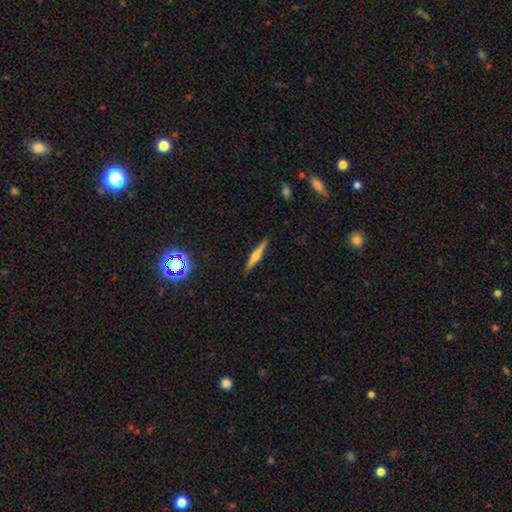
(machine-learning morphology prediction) Overall: featured or disk (60%; smooth 32%). Edge-on disk: yes (98%). Edge-on bulge: rounded (84%). Merging: none (90%).